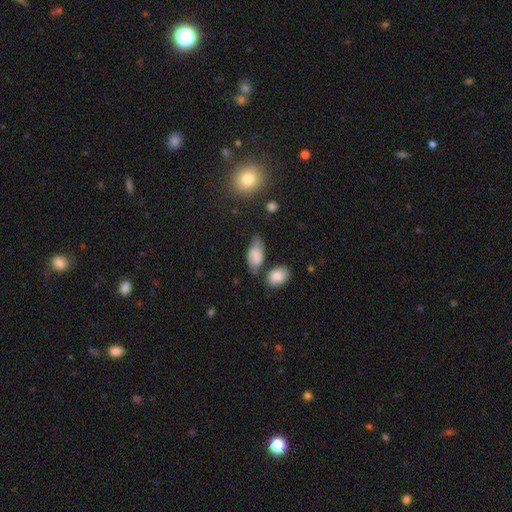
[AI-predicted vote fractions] smooth-or-featured: smooth: 76% | featured or disk: 16% | star or artifact: 8%
  how-rounded: in between: 91% | cigar-shaped: 5% | round: 4%
  merging: none: 53% | minor disturbance: 28% | merger: 11% | major disturbance: 8%